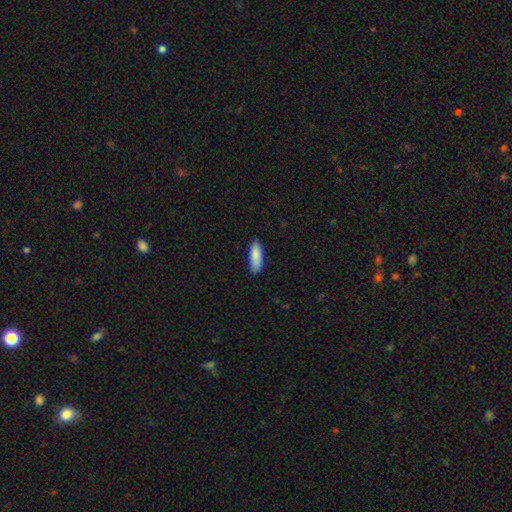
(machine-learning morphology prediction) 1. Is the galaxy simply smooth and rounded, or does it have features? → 89% smooth, 6% star or artifact, 6% featured or disk.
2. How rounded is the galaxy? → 60% in between, 38% cigar-shaped, 2% round.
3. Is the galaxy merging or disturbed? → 83% none, 14% minor disturbance, 2% major disturbance, 1% merger.